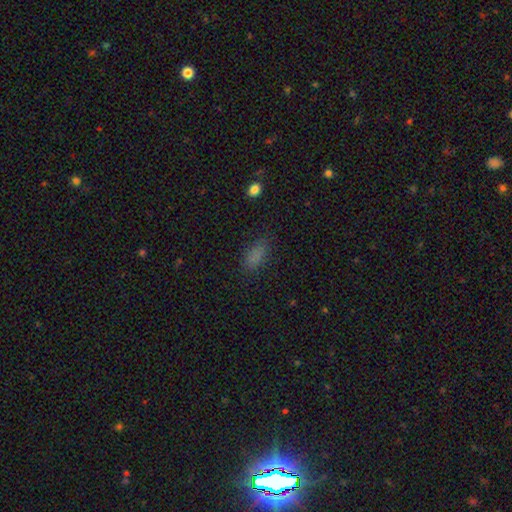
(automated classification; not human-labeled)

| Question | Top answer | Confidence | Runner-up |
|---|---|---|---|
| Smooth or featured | smooth | 80% | star or artifact (14%) |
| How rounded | in between | 82% | cigar-shaped (14%) |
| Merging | none | 77% | minor disturbance (16%) |